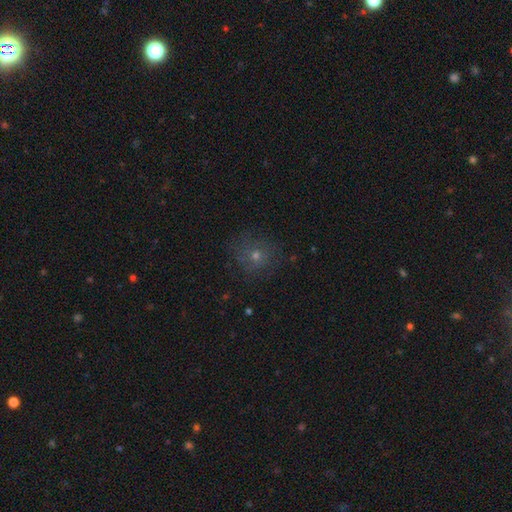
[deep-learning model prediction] smooth-or-featured: smooth: 59% | featured or disk: 21% | star or artifact: 20%
  how-rounded: round: 86% | in between: 13% | cigar-shaped: 1%
  merging: none: 77% | minor disturbance: 14% | major disturbance: 8% | merger: 1%